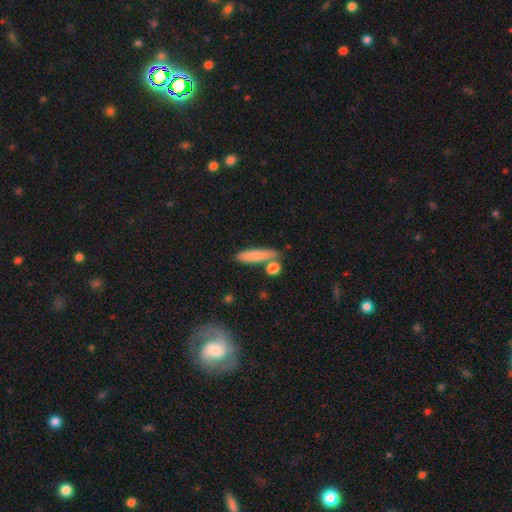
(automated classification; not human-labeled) smooth 80%, featured or disk 13%, star or artifact 8%. Down the decision tree: how rounded — cigar-shaped (72%); merging — none (71%).